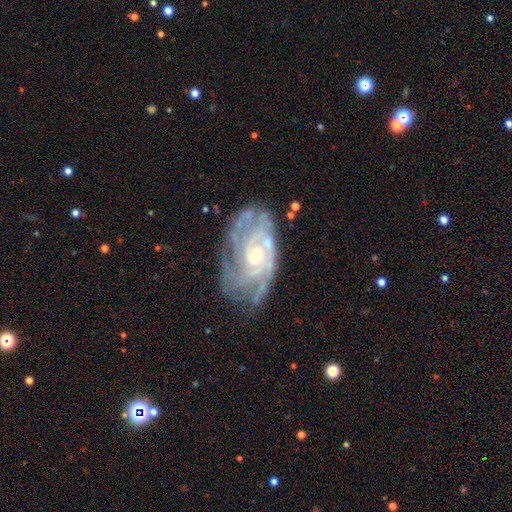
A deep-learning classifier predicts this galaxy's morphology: type=featured or disk (88%); edge-on=no (96%); bar=no (70%); spiral arms=yes (96%); winding=tight (65%); arm count=can't tell (29%); bulge=small (63%); merging=none (67%).